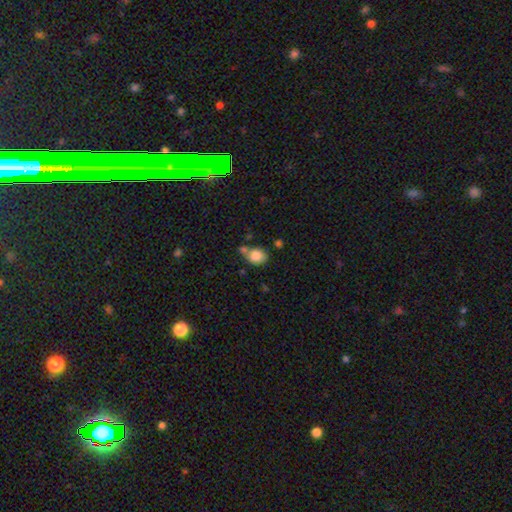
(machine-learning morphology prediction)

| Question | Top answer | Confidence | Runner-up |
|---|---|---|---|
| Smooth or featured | smooth | 83% | star or artifact (9%) |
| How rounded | round | 59% | in between (40%) |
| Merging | none | 47% | merger (28%) |